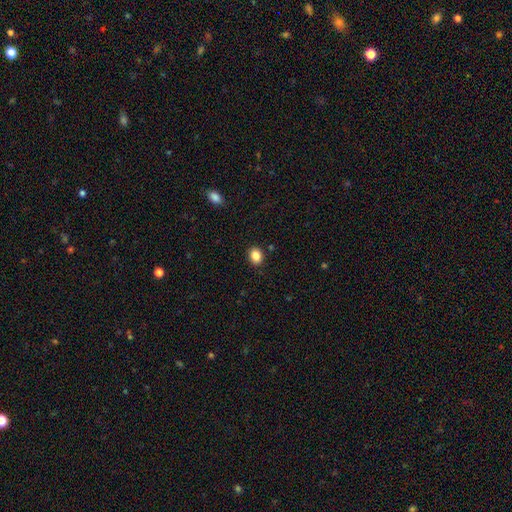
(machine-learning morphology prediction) This appears to be a smooth galaxy with no disk features (85%) that is round (53%). Merging: none (89%).